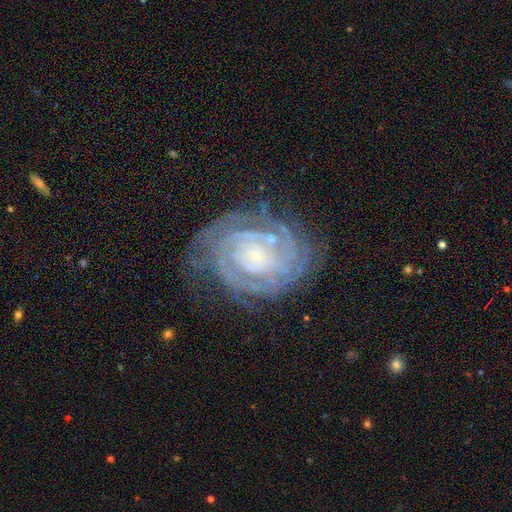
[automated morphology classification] Q: Smooth or featured?
A: featured or disk (87%); runner-up: star or artifact (7%)
Q: Edge-on disk?
A: no (97%); runner-up: yes (3%)
Q: Bar?
A: no (70%); runner-up: weak (21%)
Q: Spiral arms?
A: yes (97%); runner-up: no (3%)
Q: Spiral winding?
A: tight (83%); runner-up: medium (15%)
Q: Spiral arm count?
A: can't tell (27%); runner-up: 2 (21%)
Q: Bulge size?
A: small (82%); runner-up: moderate (11%)
Q: Merging?
A: none (71%); runner-up: minor disturbance (18%)